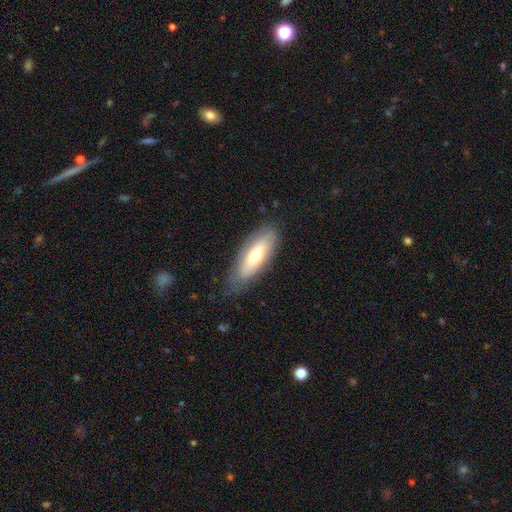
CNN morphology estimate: The model was most divided on "smooth or featured": smooth: 59%, featured or disk: 35%, star or artifact: 6%. More confident: merging — none (77%); how rounded — in between (62%).